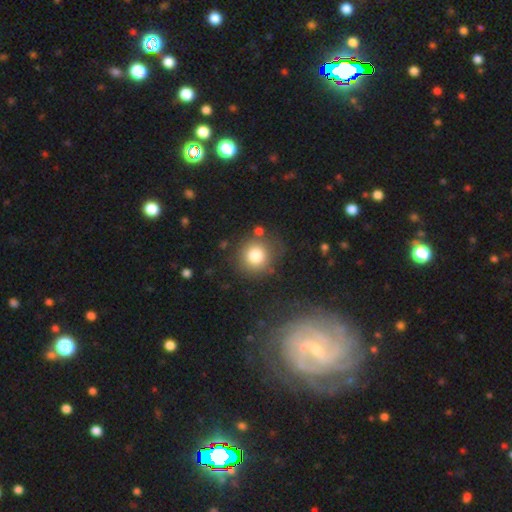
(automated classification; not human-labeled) smooth_or_featured: smooth (p=0.81) [alt: star or artifact p=0.11]
how_rounded: round (p=0.89) [alt: in between p=0.10]
merging: none (p=0.76) [alt: minor disturbance p=0.12]